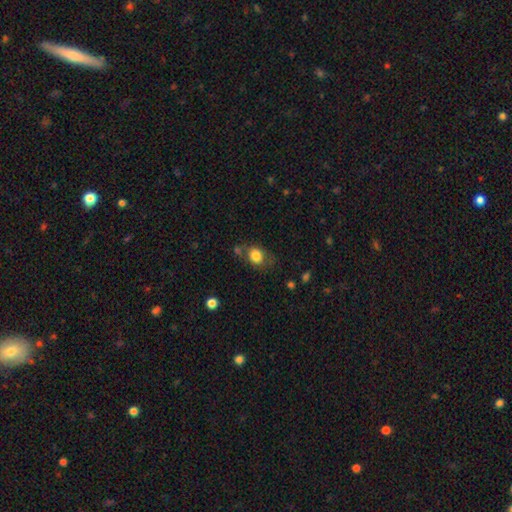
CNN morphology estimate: Smooth or featured?
  - smooth: 81% *
  - featured or disk: 10%
  - star or artifact: 9%
How rounded?
  - in between: 52% *
  - round: 46%
  - cigar-shaped: 1%
Merging?
  - none: 58% *
  - minor disturbance: 22%
  - major disturbance: 10%
  - merger: 10%